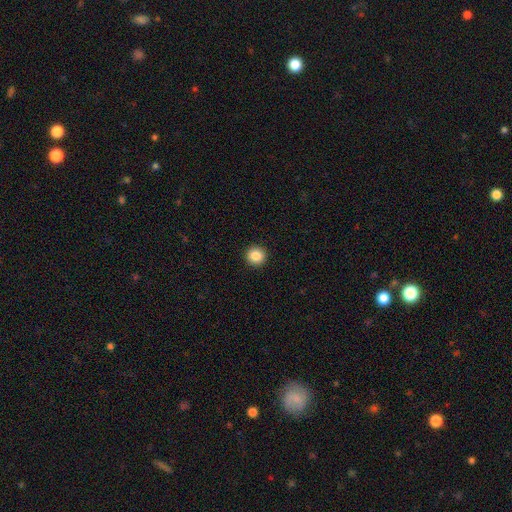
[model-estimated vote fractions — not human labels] smooth_or_featured: smooth (p=0.86) [alt: star or artifact p=0.10]
how_rounded: round (p=0.95) [alt: in between p=0.04]
merging: none (p=0.94) [alt: minor disturbance p=0.04]